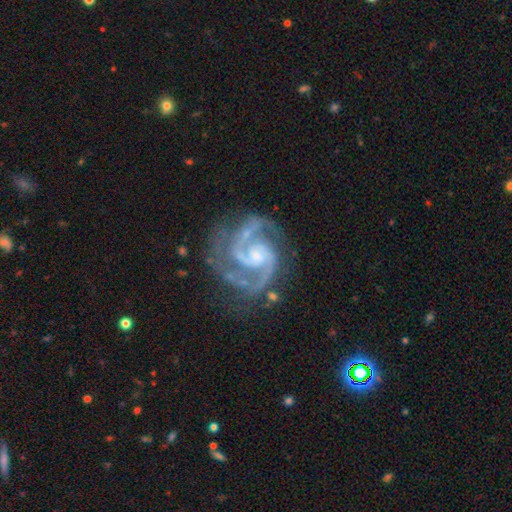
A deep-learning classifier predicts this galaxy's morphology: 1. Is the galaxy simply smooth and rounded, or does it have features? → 93% featured or disk, 4% star or artifact, 2% smooth.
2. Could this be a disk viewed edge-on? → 98% no, 2% yes.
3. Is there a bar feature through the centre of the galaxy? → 51% no, 39% weak, 11% strong.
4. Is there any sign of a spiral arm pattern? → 99% yes, 1% no.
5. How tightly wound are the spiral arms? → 54% medium, 40% tight, 6% loose.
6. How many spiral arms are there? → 80% 2, 12% 3, 3% can't tell, 2% 4, 2% 1, 2% more than 4.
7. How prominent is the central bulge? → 57% small, 27% moderate, 13% none, 2% large, 1% dominant.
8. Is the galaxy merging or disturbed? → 70% none, 18% minor disturbance, 9% major disturbance, 3% merger.